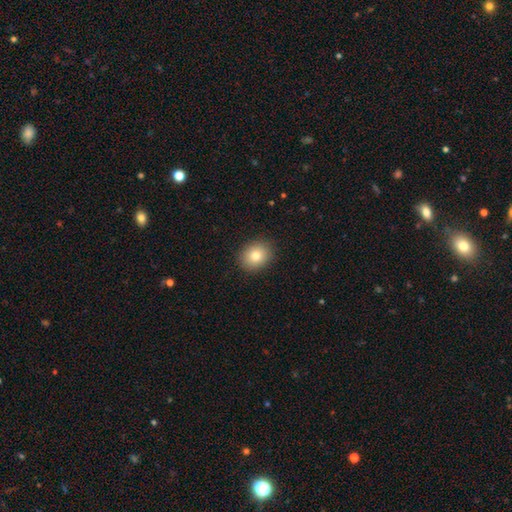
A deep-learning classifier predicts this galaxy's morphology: smooth-or-featured: smooth: 82% | star or artifact: 10% | featured or disk: 8%
  how-rounded: round: 56% | in between: 43% | cigar-shaped: 1%
  merging: none: 90% | minor disturbance: 7% | major disturbance: 2% | merger: 1%